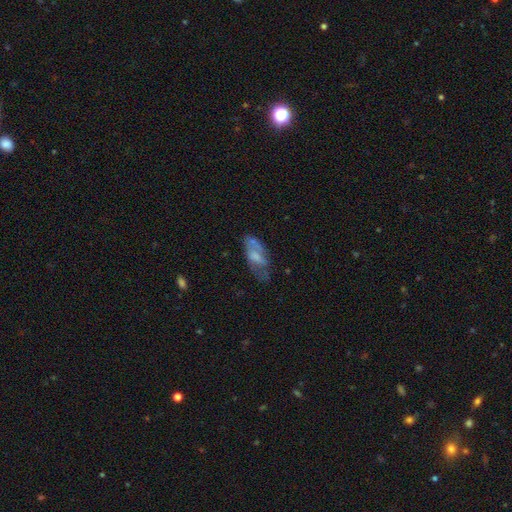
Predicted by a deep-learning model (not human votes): A smooth galaxy with no disk features (50%). Merging: none (42%).